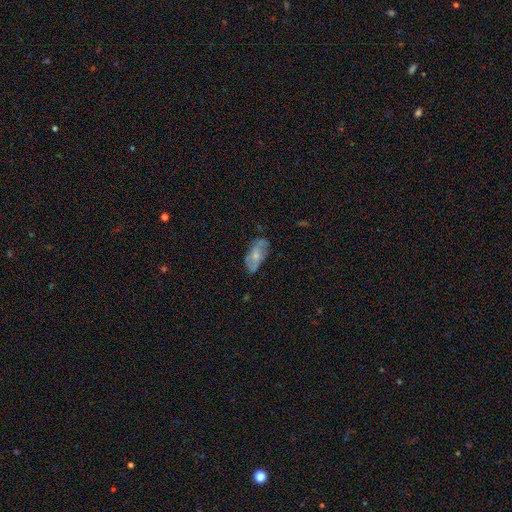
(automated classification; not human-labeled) Overall: smooth (52%; featured or disk 41%). How rounded: in between (89%). Merging: none (64%; minor disturbance 26%).